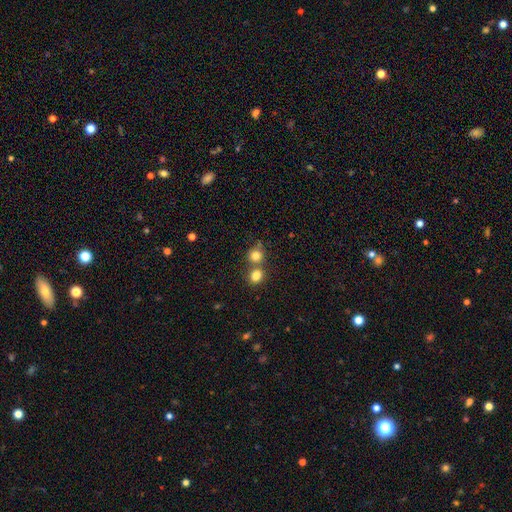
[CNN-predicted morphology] smooth_or_featured: smooth (p=0.80) [alt: star or artifact p=0.12]
how_rounded: round (p=0.84) [alt: in between p=0.15]
merging: none (p=0.51) [alt: merger p=0.39]